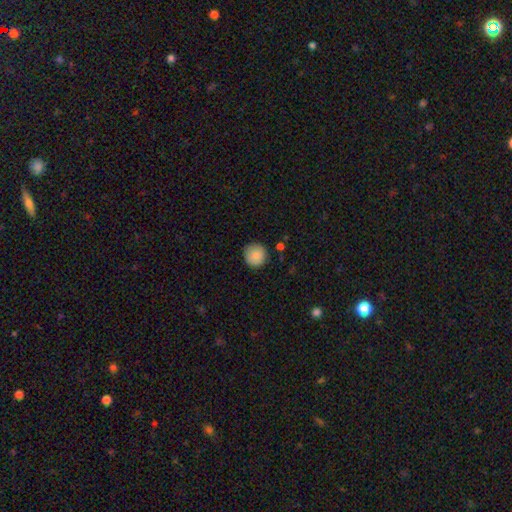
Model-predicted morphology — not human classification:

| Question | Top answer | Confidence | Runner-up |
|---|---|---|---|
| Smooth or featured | smooth | 86% | star or artifact (8%) |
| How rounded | round | 95% | in between (4%) |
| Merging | none | 87% | minor disturbance (10%) |